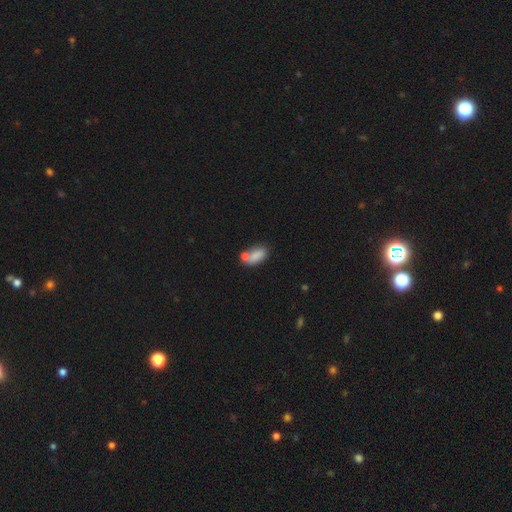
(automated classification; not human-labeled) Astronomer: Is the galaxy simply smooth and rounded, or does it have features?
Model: smooth — 77%.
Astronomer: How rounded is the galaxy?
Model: in between — 88%.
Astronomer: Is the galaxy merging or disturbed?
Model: none — 43% (runner-up: merger, 34%).